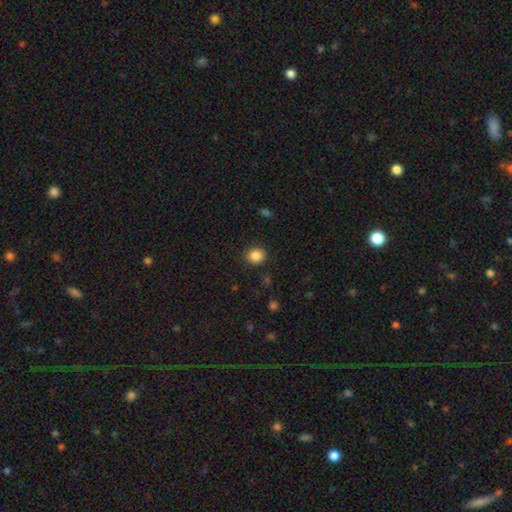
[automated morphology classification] smooth_or_featured: smooth (p=0.87) [alt: star or artifact p=0.10]
how_rounded: round (p=0.77) [alt: in between p=0.22]
merging: none (p=0.89) [alt: minor disturbance p=0.07]